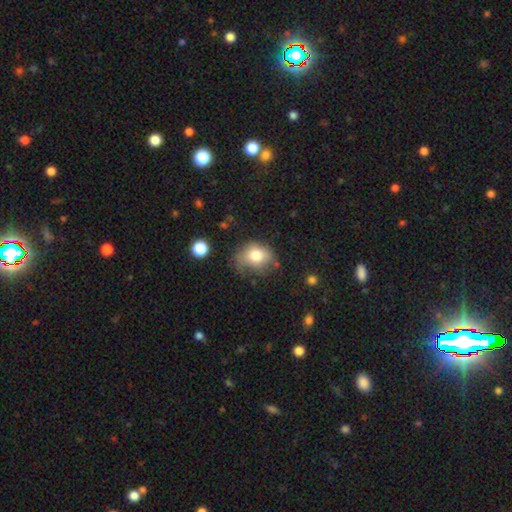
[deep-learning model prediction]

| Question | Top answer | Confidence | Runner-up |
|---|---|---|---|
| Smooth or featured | smooth | 76% | featured or disk (14%) |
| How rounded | round | 50% | in between (49%) |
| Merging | none | 46% | minor disturbance (33%) |